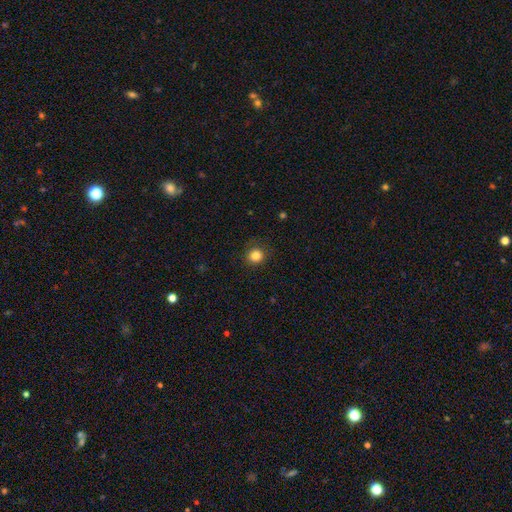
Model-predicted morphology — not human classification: This appears to be a smooth galaxy with no disk features (84%) that is round (90%). Merging: none (88%).